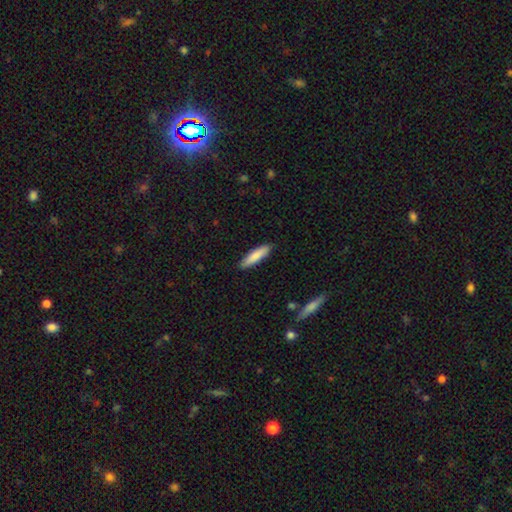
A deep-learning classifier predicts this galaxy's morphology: Smooth or featured? Predicted: smooth (p=0.83). How rounded? Predicted: cigar-shaped (p=0.74). Merging? Predicted: none (p=0.88).